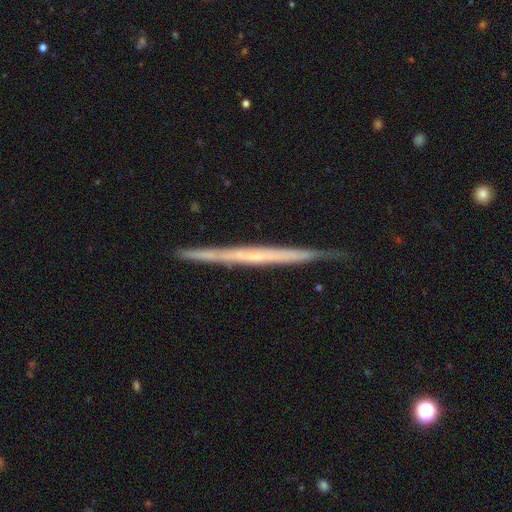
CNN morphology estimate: smooth-or-featured: featured or disk: 67% | smooth: 27% | star or artifact: 6%
  disk-edge-on: yes: 97% | no: 3%
    edge-on-bulge: none: 85% | rounded: 11% | boxy: 4%
  merging: none: 86% | minor disturbance: 11% | major disturbance: 2% | merger: 1%